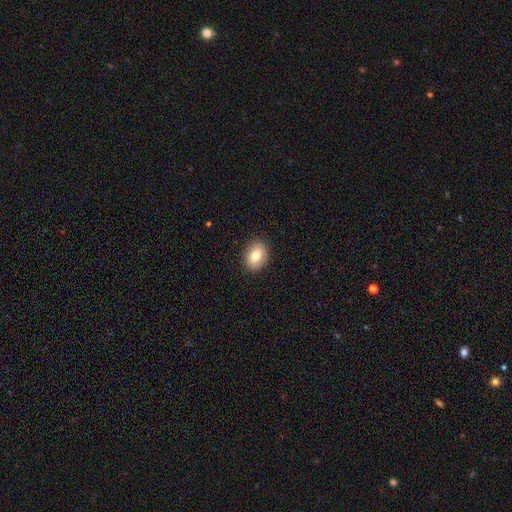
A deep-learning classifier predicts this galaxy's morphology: smooth_or_featured: smooth (p=0.75) [alt: featured or disk p=0.17]
how_rounded: in between (p=0.71) [alt: round p=0.28]
merging: none (p=0.89) [alt: minor disturbance p=0.08]